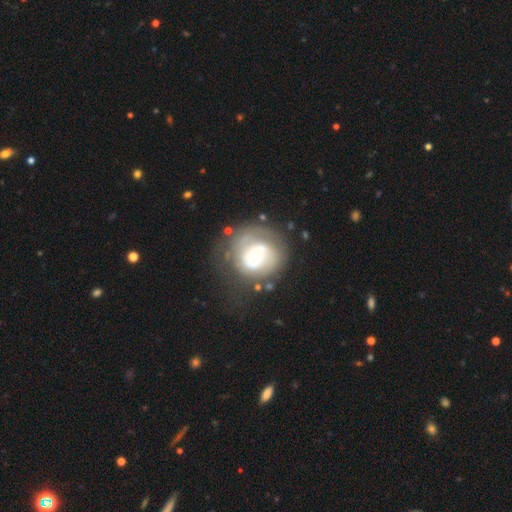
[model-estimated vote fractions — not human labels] Smooth or featured?
  - featured or disk: 72% *
  - smooth: 22%
  - star or artifact: 6%
Edge-on disk?
  - no: 98% *
  - yes: 2%
Bar?
  - no: 68% *
  - weak: 25%
  - strong: 7%
Spiral arms?
  - yes: 74% *
  - no: 26%
Spiral winding?
  - tight: 59% *
  - medium: 28%
  - loose: 13%
Spiral arm count?
  - 2: 42% *
  - can't tell: 33%
  - 1: 13%
  - 3: 7%
  - 4: 3%
  - more than 4: 2%
Bulge size?
  - moderate: 53% *
  - small: 40%
  - large: 5%
  - dominant: 1%
  - none: 1%
Merging?
  - none: 60% *
  - minor disturbance: 20%
  - major disturbance: 16%
  - merger: 4%